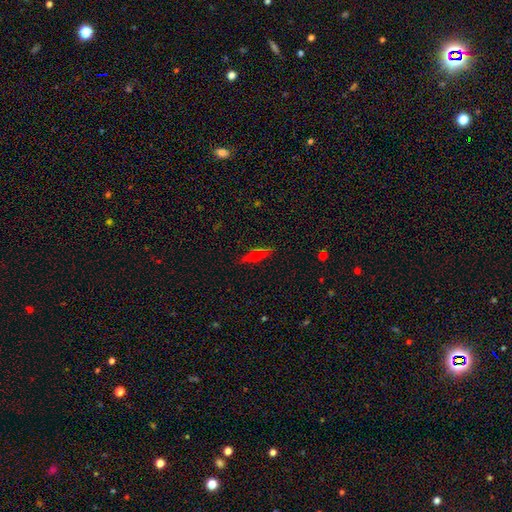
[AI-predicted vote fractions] smooth-or-featured: smooth: 49% | featured or disk: 36% | star or artifact: 15%
  merging: none: 85% | minor disturbance: 11% | major disturbance: 3% | merger: 1%